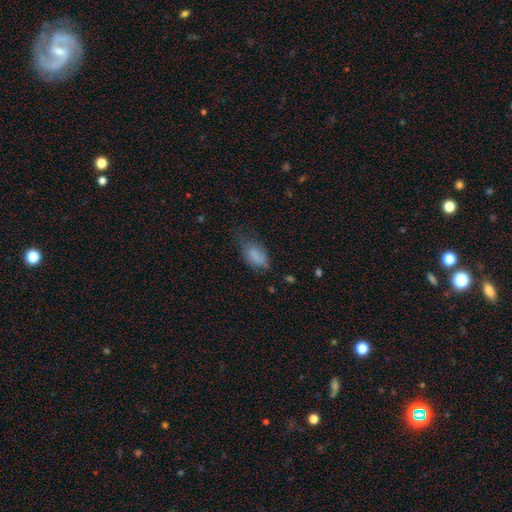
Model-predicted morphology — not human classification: type=smooth (78%); roundness=in between (91%); merging=none (39%).